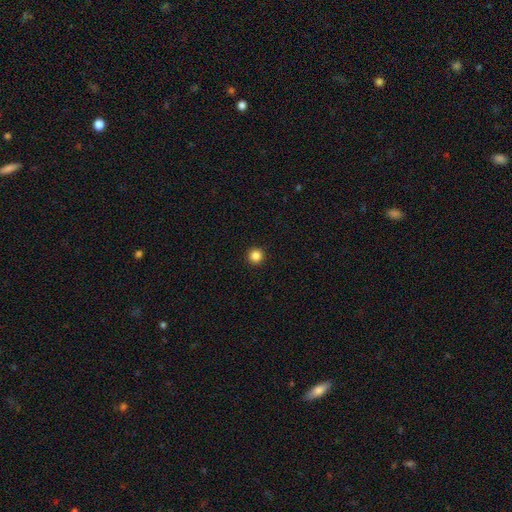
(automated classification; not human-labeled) A smooth galaxy with no disk features (86%) that is round (96%). Merging: none (94%).